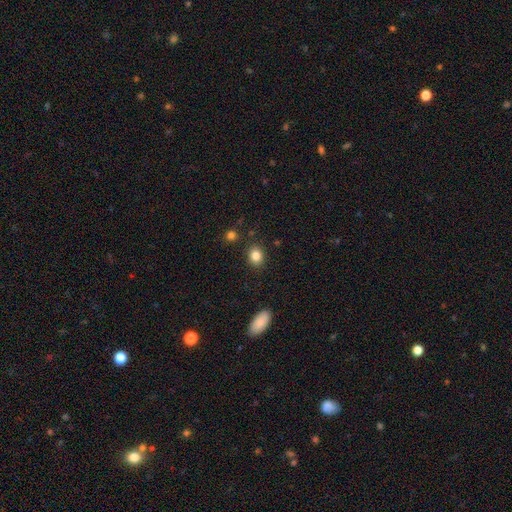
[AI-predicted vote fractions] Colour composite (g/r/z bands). It shows a smooth galaxy with no disk features (84%) that is round (54%). Merging: none (88%).